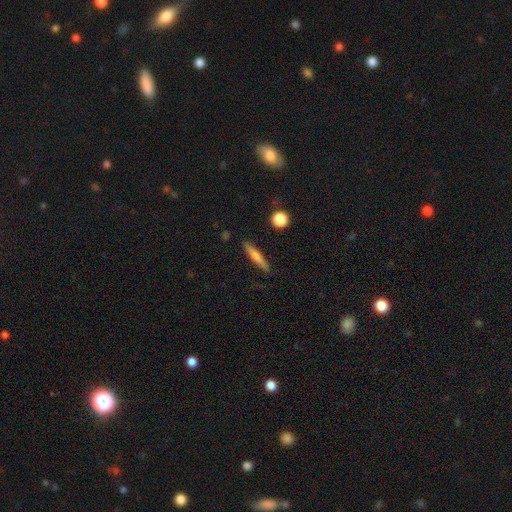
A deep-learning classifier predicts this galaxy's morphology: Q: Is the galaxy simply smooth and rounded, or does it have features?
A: smooth — 58%.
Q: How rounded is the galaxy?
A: cigar-shaped — 91%.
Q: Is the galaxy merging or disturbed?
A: none — 88%.